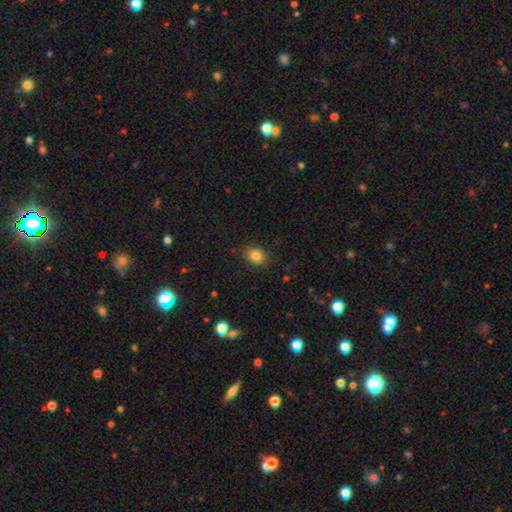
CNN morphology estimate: Smooth or featured? Predicted: smooth (p=0.84). How rounded? Predicted: round (p=0.57). Merging? Predicted: none (p=0.86).